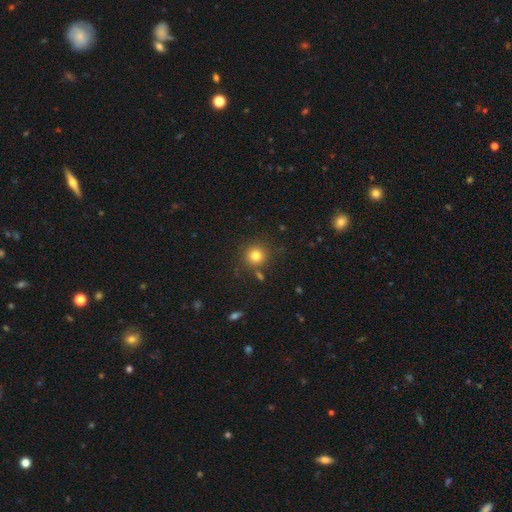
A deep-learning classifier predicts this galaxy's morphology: smooth 80%, star or artifact 13%, featured or disk 7%. Down the decision tree: how rounded — round (92%); merging — none (83%).